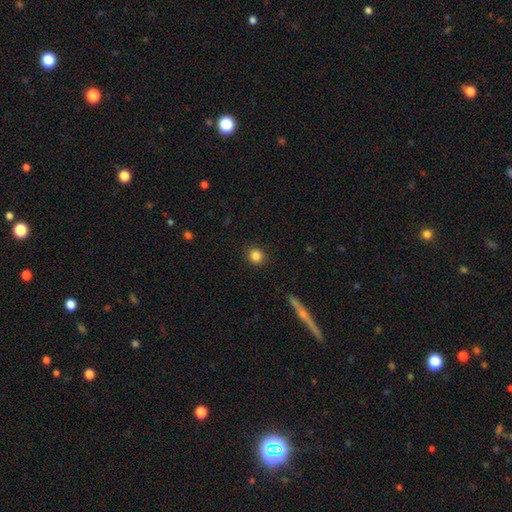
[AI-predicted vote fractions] smooth 85%, star or artifact 10%, featured or disk 5%. Down the decision tree: how rounded — round (87%); merging — none (90%).